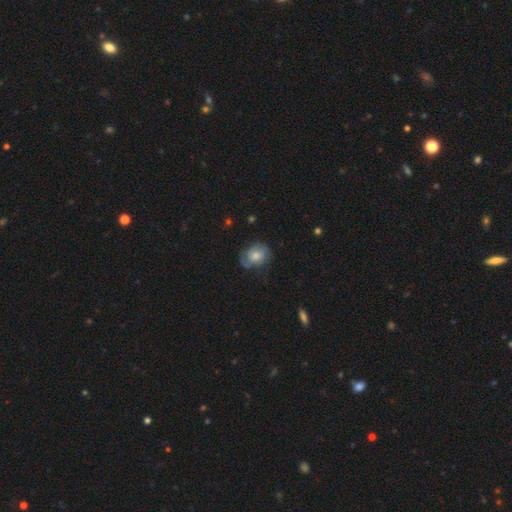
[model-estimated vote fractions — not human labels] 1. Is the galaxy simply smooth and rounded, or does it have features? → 56% smooth, 36% featured or disk, 8% star or artifact.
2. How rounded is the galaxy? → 50% in between, 49% round, 1% cigar-shaped.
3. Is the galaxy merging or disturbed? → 56% none, 29% minor disturbance, 14% major disturbance, 2% merger.